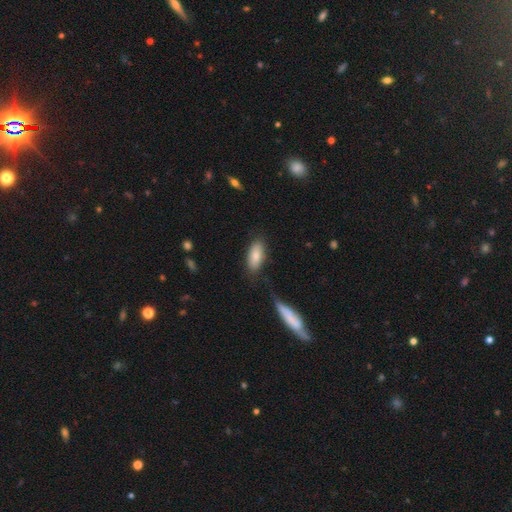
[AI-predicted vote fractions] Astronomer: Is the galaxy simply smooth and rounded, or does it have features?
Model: smooth — 82%.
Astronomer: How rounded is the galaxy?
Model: in between — 84%.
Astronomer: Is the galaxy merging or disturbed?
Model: none — 77%.